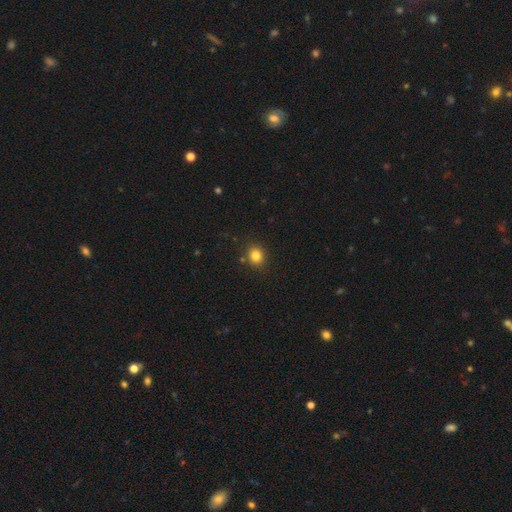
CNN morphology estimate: The model was most divided on "how rounded": round: 71%, in between: 28%, cigar-shaped: 1%. More confident: merging — none (86%); smooth or featured — smooth (83%).